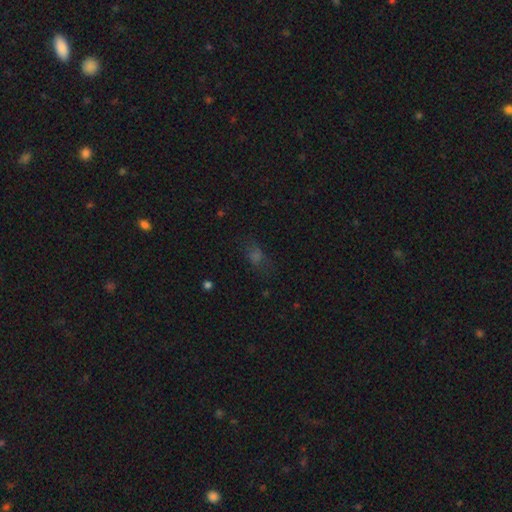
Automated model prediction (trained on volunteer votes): A smooth galaxy with no disk features (49%). Merging: none (67%).